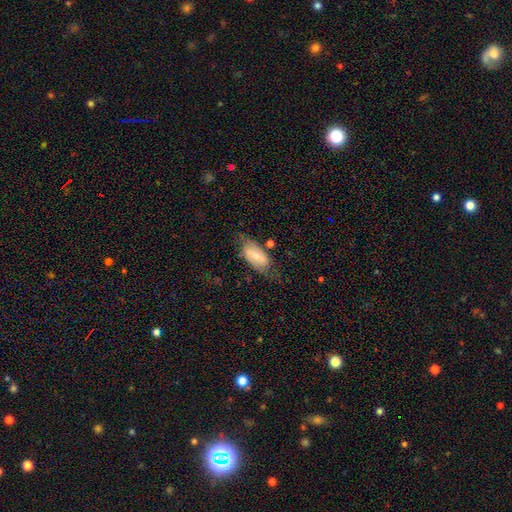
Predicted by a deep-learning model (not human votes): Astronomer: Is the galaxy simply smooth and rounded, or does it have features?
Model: smooth — 50% (runner-up: featured or disk, 43%).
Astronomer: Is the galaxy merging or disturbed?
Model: none — 58%.